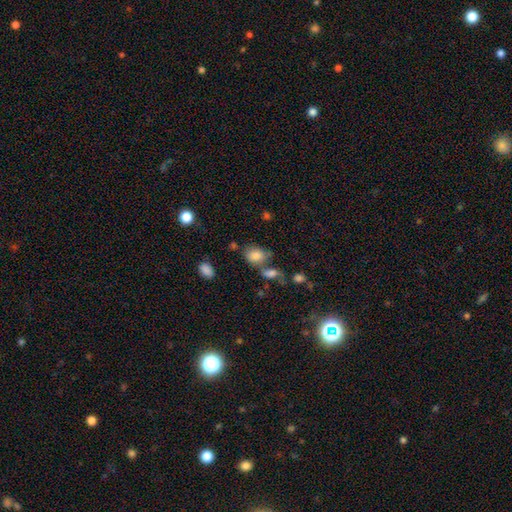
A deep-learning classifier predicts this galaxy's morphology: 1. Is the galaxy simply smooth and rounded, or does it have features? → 81% smooth, 10% star or artifact, 9% featured or disk.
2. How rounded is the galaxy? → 65% in between, 33% round, 2% cigar-shaped.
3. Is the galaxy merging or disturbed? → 53% none, 24% merger, 15% minor disturbance, 7% major disturbance.